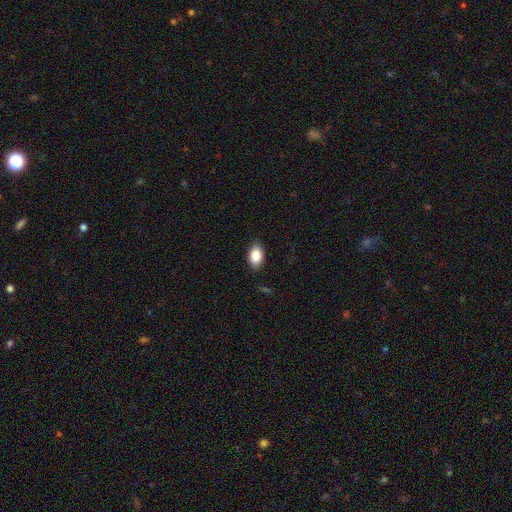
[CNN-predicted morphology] type=smooth (87%); roundness=in between (91%); merging=none (87%).